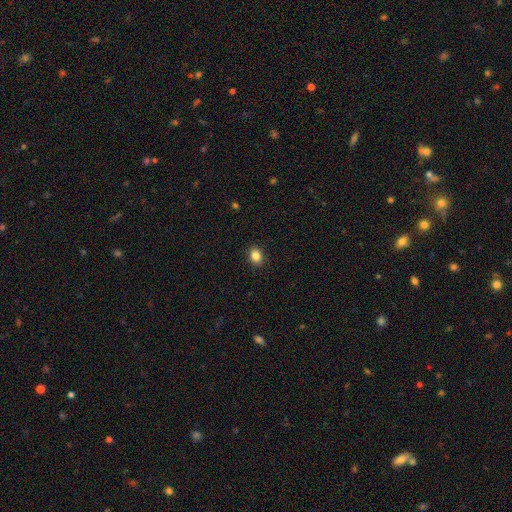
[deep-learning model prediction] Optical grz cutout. It shows a smooth galaxy with no disk features (86%) that is in between round and cigar-shaped (52%). Merging: none (90%).